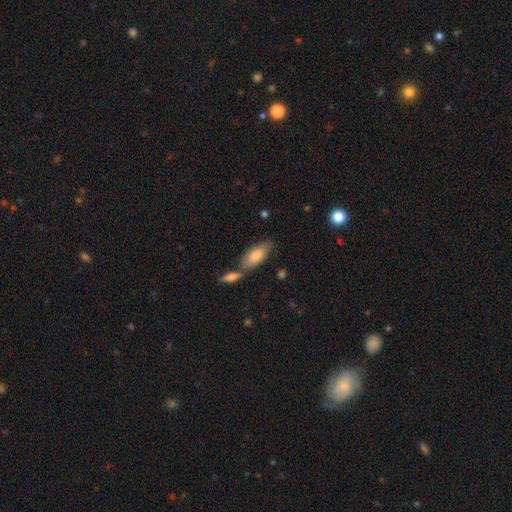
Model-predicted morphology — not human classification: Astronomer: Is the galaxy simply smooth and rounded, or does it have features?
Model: smooth — 80%.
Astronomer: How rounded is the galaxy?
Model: in between — 79%.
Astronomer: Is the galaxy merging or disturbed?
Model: none — 55%.